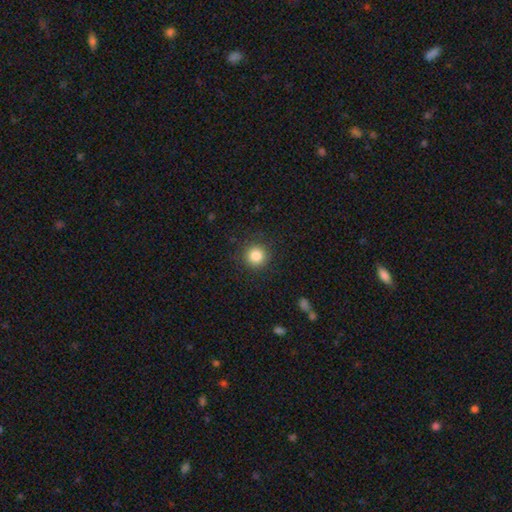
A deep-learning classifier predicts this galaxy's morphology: smooth-or-featured: smooth: 85% | star or artifact: 10% | featured or disk: 5%
  how-rounded: round: 95% | in between: 4% | cigar-shaped: 1%
  merging: none: 89% | minor disturbance: 7% | major disturbance: 3% | merger: 1%